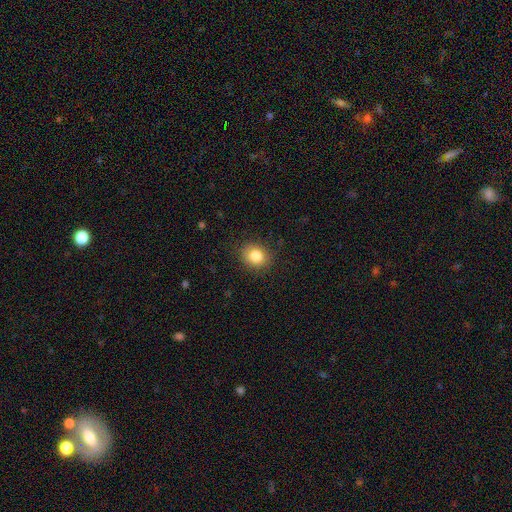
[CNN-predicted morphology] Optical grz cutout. It shows a smooth galaxy with no disk features (84%) that is round (68%). Merging: none (87%).